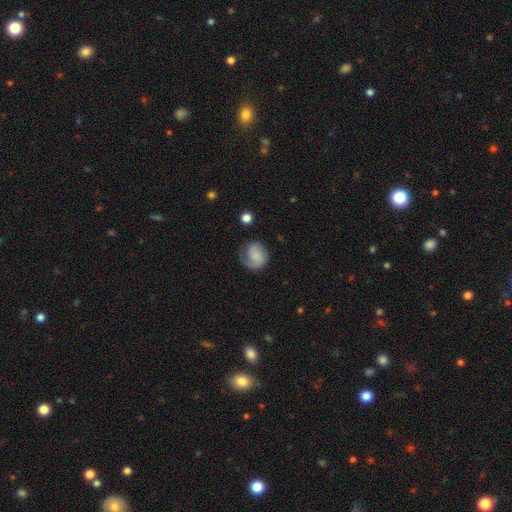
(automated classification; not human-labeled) This is possibly a smooth galaxy (49%). Merging: possibly none (57%).